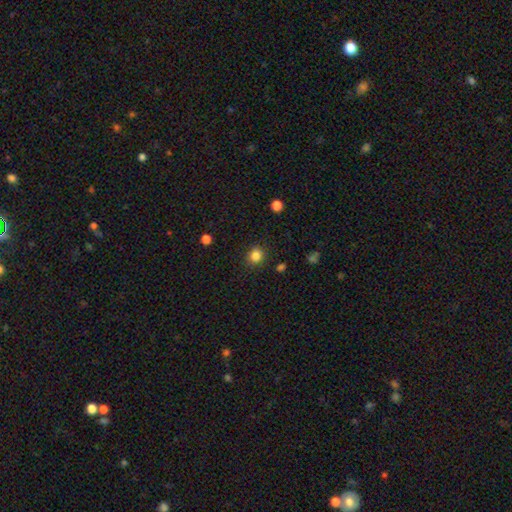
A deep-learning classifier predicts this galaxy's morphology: Smooth or featured? Predicted: smooth (p=0.84). How rounded? Predicted: round (p=0.78). Merging? Predicted: none (p=0.87).